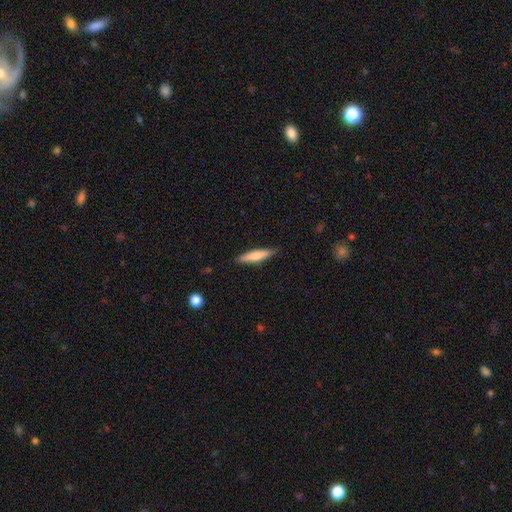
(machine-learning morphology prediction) Smooth or featured: smooth — 71% (featured or disk — 24%)
How rounded: cigar-shaped — 83% (in between — 16%)
Merging: none — 86% (minor disturbance — 10%)